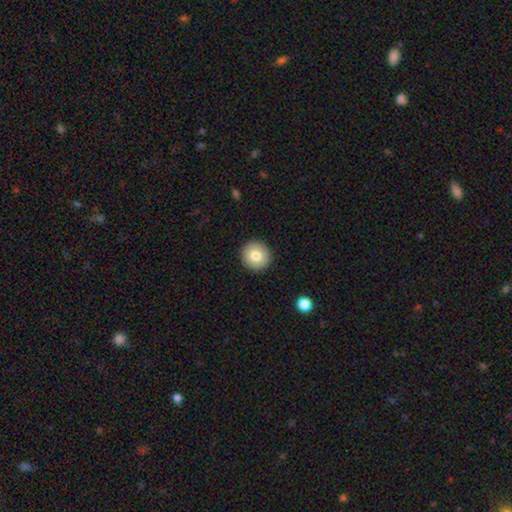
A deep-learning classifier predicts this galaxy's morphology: This appears to be a smooth galaxy with no disk features (78%) that is round (93%). Merging: none (92%).